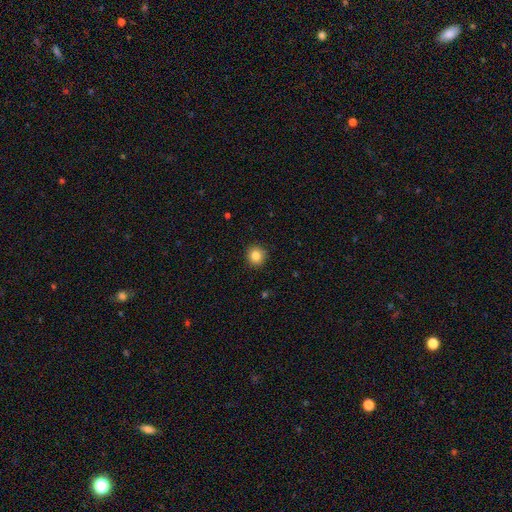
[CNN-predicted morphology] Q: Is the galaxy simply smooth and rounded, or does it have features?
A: smooth — 83%.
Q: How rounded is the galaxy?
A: round — 93%.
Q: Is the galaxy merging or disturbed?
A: none — 92%.